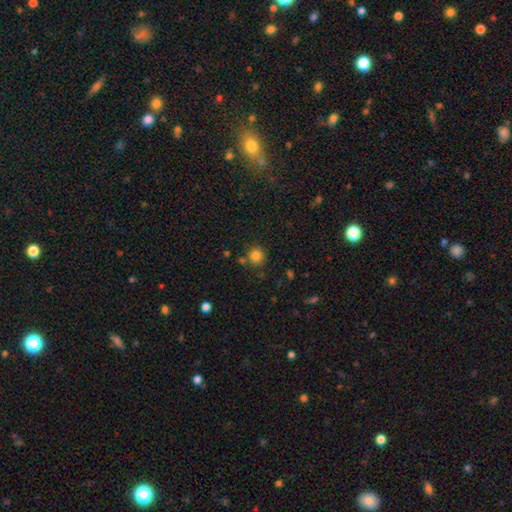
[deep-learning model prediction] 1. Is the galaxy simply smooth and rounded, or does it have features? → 83% smooth, 12% star or artifact, 4% featured or disk.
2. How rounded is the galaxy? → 87% round, 12% in between, 1% cigar-shaped.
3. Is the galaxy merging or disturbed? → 79% none, 10% minor disturbance, 7% merger, 4% major disturbance.